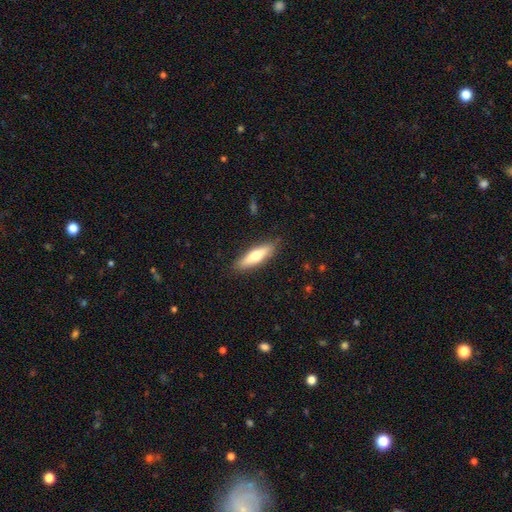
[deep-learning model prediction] This appears to be a smooth galaxy with no disk features (57%) that is cigar-shaped (65%). Merging: none (88%).